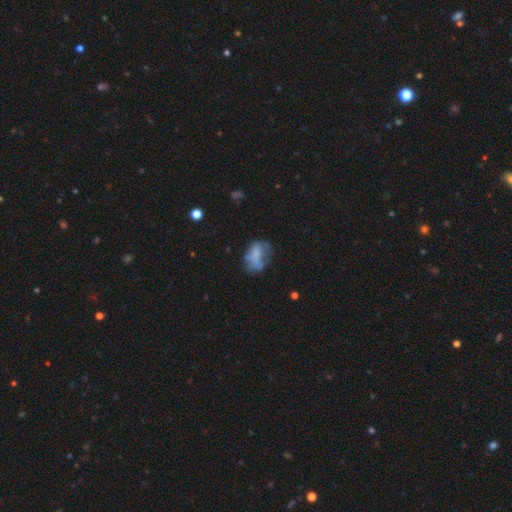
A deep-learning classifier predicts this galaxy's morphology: Q: Smooth or featured?
A: smooth (55%); runner-up: featured or disk (34%)
Q: How rounded?
A: in between (76%); runner-up: round (23%)
Q: Merging?
A: none (37%); runner-up: major disturbance (29%)